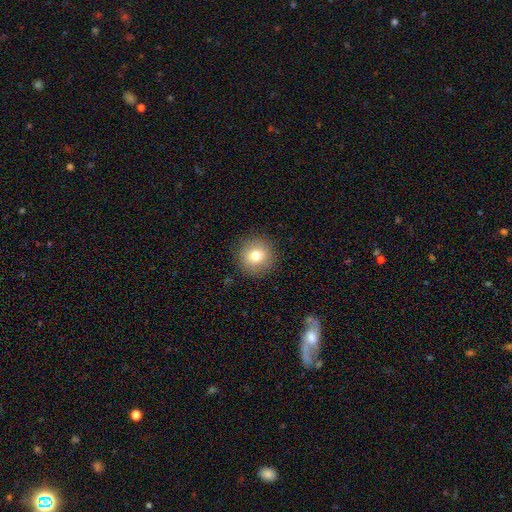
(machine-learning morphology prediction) This is likely a smooth galaxy (76%). How rounded: clearly round (94%). Merging: clearly none (90%).